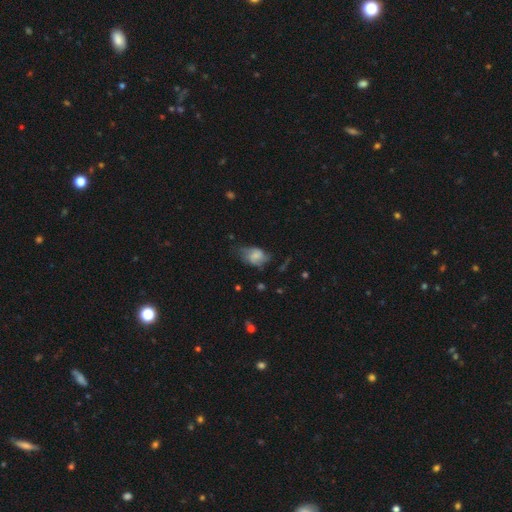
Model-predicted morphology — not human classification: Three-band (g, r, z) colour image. It shows a smooth galaxy with no disk features (55%) that is in between round and cigar-shaped (78%). Merging: none (41%).